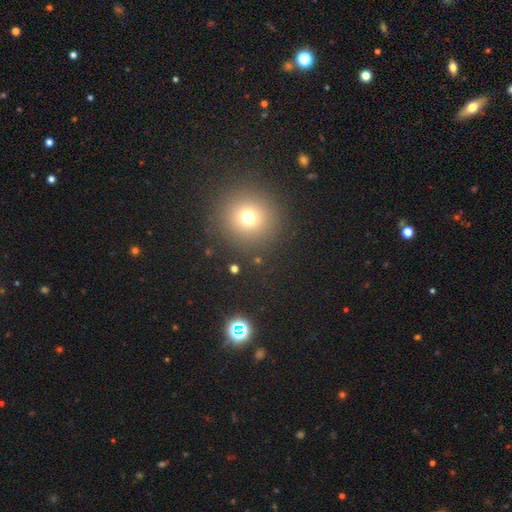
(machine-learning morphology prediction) A smooth galaxy with no disk features (55%) that is round (93%).

Vote fractions:
- Smooth or featured? smooth: 55% / star or artifact: 37% / featured or disk: 8%
- How rounded? round: 93% / in between: 6% / cigar-shaped: 1%
- Merging? none: 91% / minor disturbance: 5% / major disturbance: 2% / merger: 2%